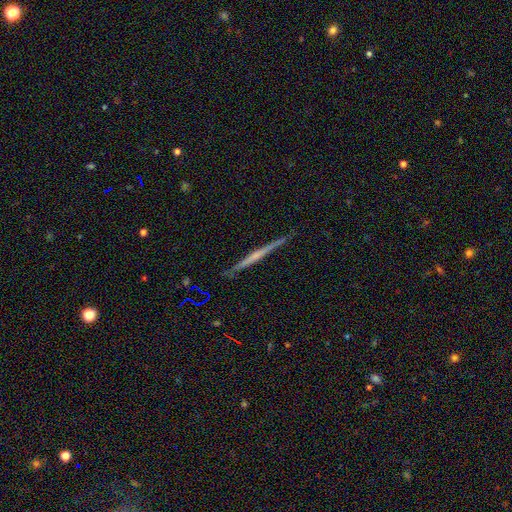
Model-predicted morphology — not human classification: A featured or disk galaxy (68%) viewed edge-on (98%) with no central bulge (58%).

Vote fractions:
- Smooth or featured? featured or disk: 68% / smooth: 25% / star or artifact: 7%
- Edge-on disk? yes: 98% / no: 2%
- Edge-on bulge? none: 58% / rounded: 32% / boxy: 9%
- Merging? none: 90% / minor disturbance: 7% / major disturbance: 1% / merger: 1%